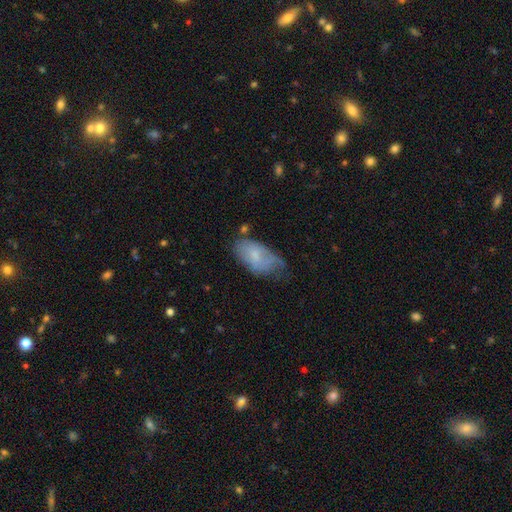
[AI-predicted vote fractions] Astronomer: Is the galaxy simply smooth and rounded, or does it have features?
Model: smooth — 65%.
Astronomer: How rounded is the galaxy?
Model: in between — 94%.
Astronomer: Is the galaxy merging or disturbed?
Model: minor disturbance — 41% (runner-up: none, 34%).